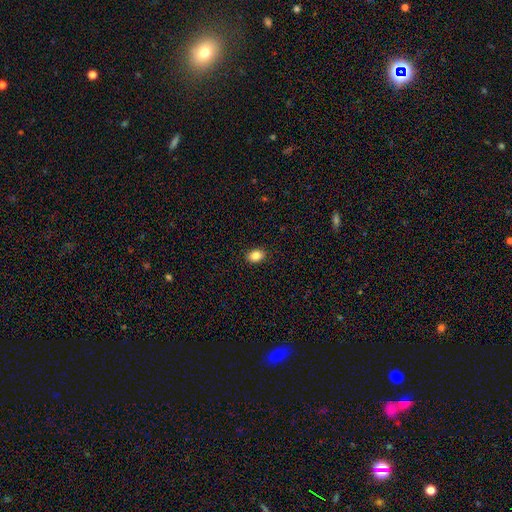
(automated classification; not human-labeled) Smooth or featured?
  - smooth: 86% *
  - star or artifact: 9%
  - featured or disk: 5%
How rounded?
  - in between: 69% *
  - round: 30%
  - cigar-shaped: 1%
Merging?
  - none: 90% *
  - minor disturbance: 7%
  - major disturbance: 2%
  - merger: 1%